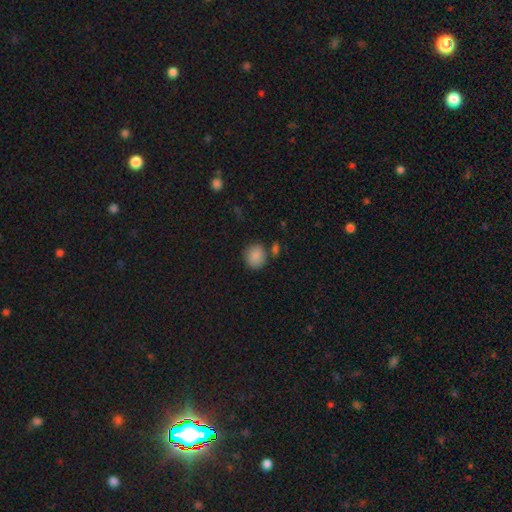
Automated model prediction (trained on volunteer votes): Q: Smooth or featured?
A: smooth (88%); runner-up: star or artifact (8%)
Q: How rounded?
A: round (80%); runner-up: in between (19%)
Q: Merging?
A: none (75%); runner-up: minor disturbance (12%)